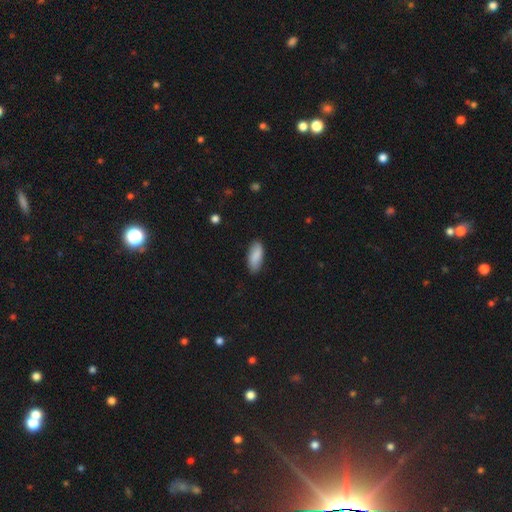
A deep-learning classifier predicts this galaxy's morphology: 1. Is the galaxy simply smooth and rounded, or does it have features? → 86% smooth, 8% featured or disk, 6% star or artifact.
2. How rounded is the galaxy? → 83% in between, 15% cigar-shaped, 2% round.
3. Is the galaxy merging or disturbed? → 83% none, 14% minor disturbance, 2% major disturbance, 1% merger.